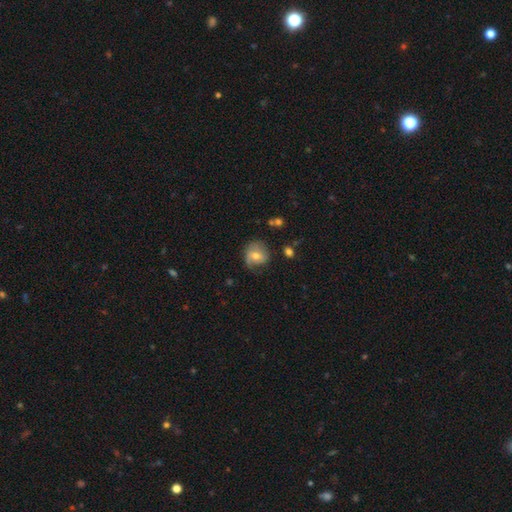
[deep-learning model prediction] A smooth galaxy with no disk features (61%) that is round (73%).

Vote fractions:
- Smooth or featured? smooth: 61% / featured or disk: 30% / star or artifact: 9%
- How rounded? round: 73% / in between: 26% / cigar-shaped: 1%
- Merging? none: 57% / minor disturbance: 29% / major disturbance: 11% / merger: 3%